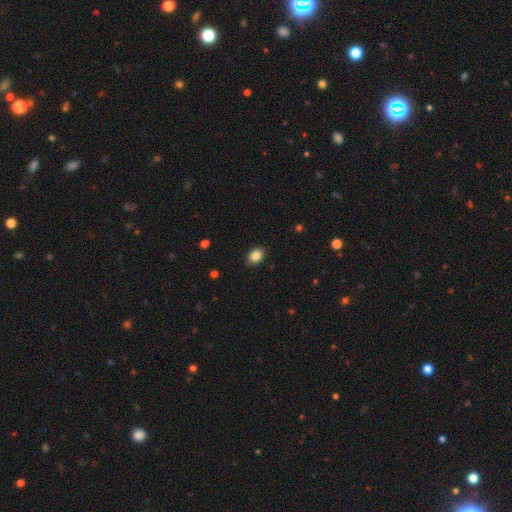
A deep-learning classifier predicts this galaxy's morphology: smooth_or_featured: smooth (p=0.86) [alt: star or artifact p=0.09]
how_rounded: in between (p=0.67) [alt: round p=0.32]
merging: none (p=0.87) [alt: minor disturbance p=0.10]